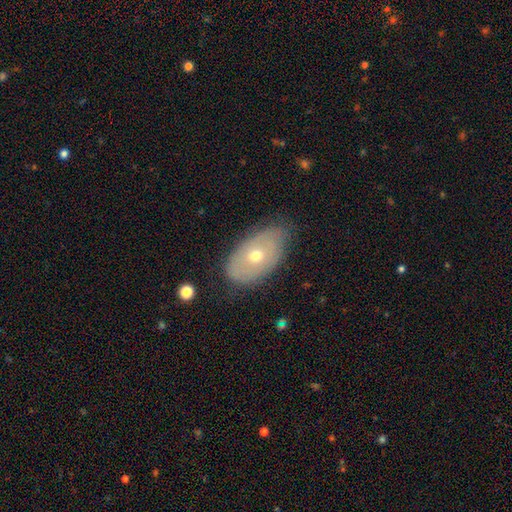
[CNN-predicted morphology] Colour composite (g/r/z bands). It shows a smooth galaxy with no disk features (48%). Merging: none (72%).